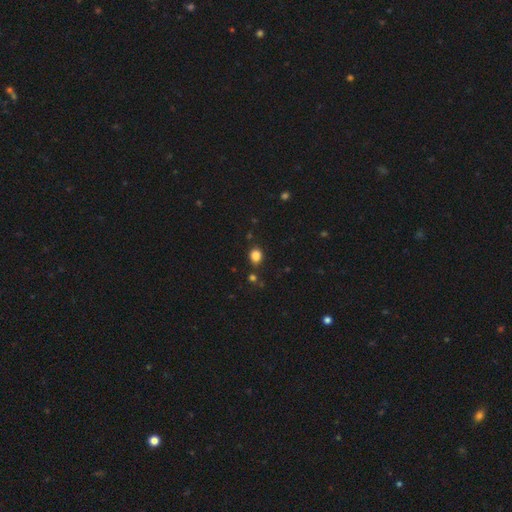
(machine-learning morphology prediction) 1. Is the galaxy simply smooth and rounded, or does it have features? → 84% smooth, 13% star or artifact, 4% featured or disk.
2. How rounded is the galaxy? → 53% round, 46% in between, 1% cigar-shaped.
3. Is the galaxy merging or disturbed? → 80% none, 11% minor disturbance, 5% merger, 3% major disturbance.